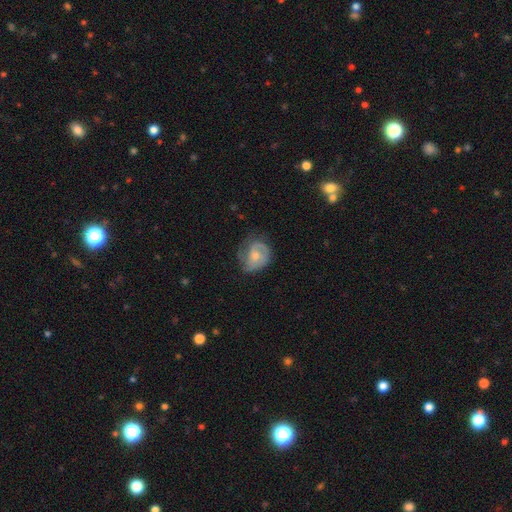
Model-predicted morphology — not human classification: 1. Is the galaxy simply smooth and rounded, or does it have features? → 63% featured or disk, 30% smooth, 6% star or artifact.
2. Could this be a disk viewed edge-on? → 97% no, 3% yes.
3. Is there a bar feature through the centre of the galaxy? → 64% no, 31% weak, 5% strong.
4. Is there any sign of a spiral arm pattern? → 86% yes, 14% no.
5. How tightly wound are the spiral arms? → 43% medium, 34% tight, 23% loose.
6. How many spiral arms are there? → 50% 2, 19% can't tell, 17% 1, 10% 3, 2% 4, 2% more than 4.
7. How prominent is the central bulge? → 50% moderate, 42% small, 4% none, 3% large, 1% dominant.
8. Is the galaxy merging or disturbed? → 55% none, 28% minor disturbance, 16% major disturbance, 2% merger.